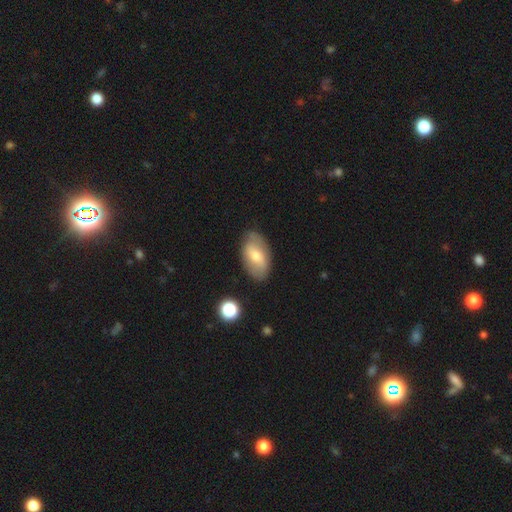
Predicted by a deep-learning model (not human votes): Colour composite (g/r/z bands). It shows a smooth galaxy with no disk features (60%) that is in between round and cigar-shaped (93%). Merging: none (80%).